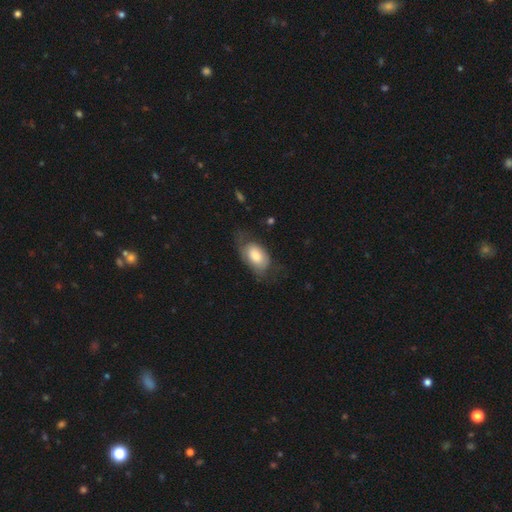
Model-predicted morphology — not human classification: type=smooth (69%); roundness=in between (89%); merging=none (45%).